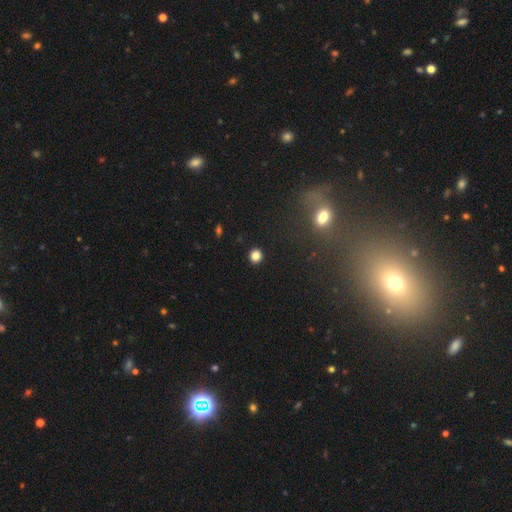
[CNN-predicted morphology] Q: Smooth or featured?
A: smooth (82%); runner-up: star or artifact (14%)
Q: How rounded?
A: round (90%); runner-up: in between (9%)
Q: Merging?
A: none (92%); runner-up: minor disturbance (5%)